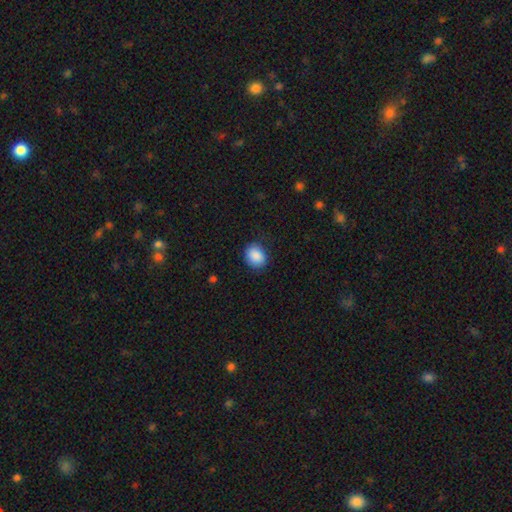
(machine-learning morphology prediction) smooth-or-featured: smooth: 89% | star or artifact: 7% | featured or disk: 3%
  how-rounded: round: 51% | in between: 48% | cigar-shaped: 1%
  merging: none: 82% | minor disturbance: 14% | major disturbance: 3% | merger: 1%